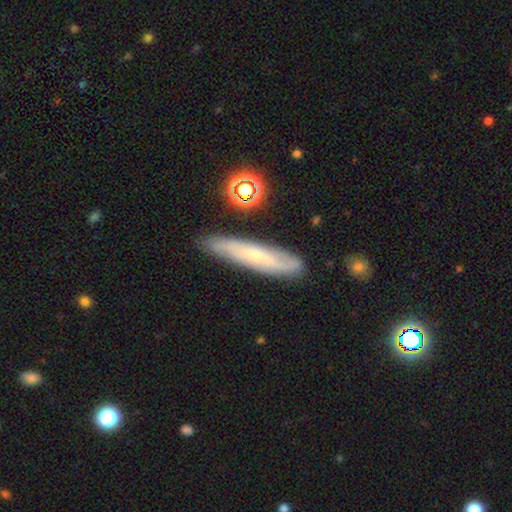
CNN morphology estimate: Smooth or featured?
  - featured or disk: 48% *
  - smooth: 43%
  - star or artifact: 9%
Merging?
  - none: 80% *
  - minor disturbance: 15%
  - major disturbance: 3%
  - merger: 2%